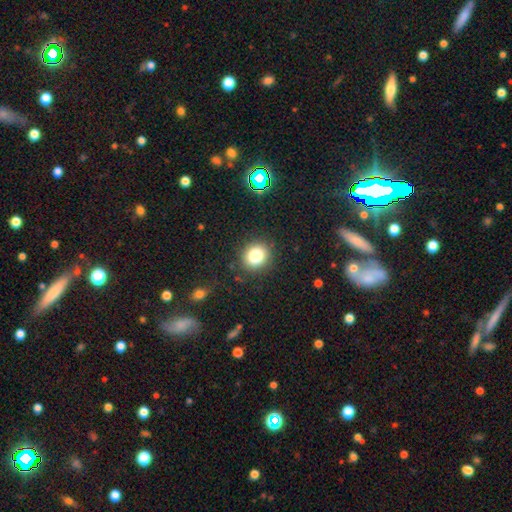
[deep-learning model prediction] A smooth galaxy with no disk features (81%) that is round (81%).

Vote fractions:
- Smooth or featured? smooth: 81% / star or artifact: 12% / featured or disk: 7%
- How rounded? round: 81% / in between: 18% / cigar-shaped: 1%
- Merging? none: 88% / minor disturbance: 8% / major disturbance: 3% / merger: 1%